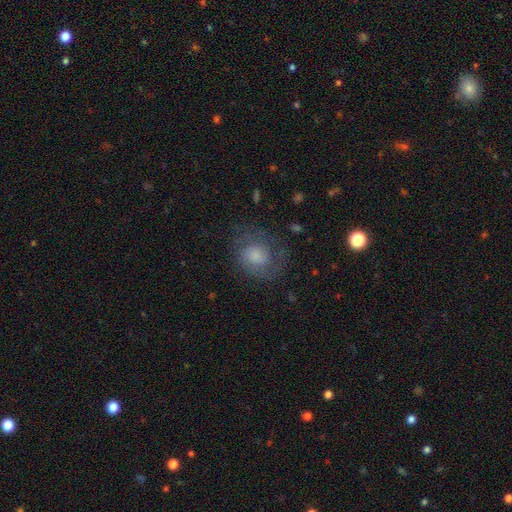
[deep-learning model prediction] featured or disk 48%, smooth 41%, star or artifact 11%. Down the decision tree: merging — none (67%).